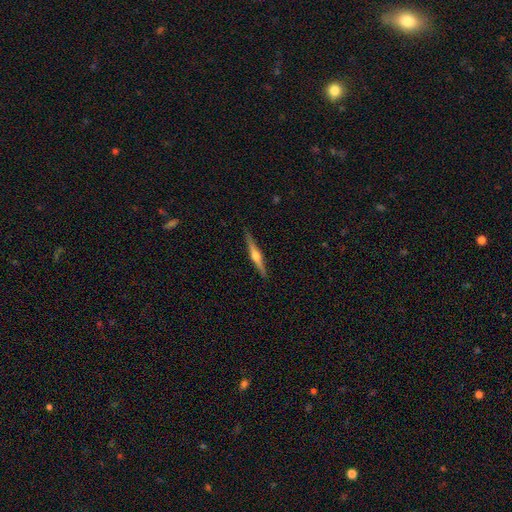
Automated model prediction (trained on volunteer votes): A featured or disk galaxy (73%) viewed edge-on (98%) with a rounded central bulge (93%). Merging: none (91%).